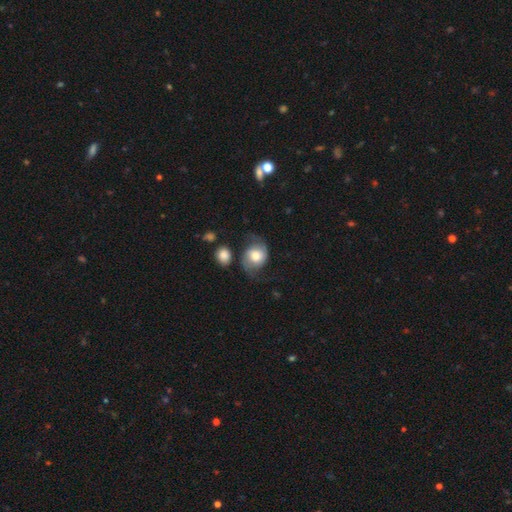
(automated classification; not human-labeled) Overall: featured or disk (53%; smooth 40%). Edge-on disk: no (96%). Bar: no (64%; weak 29%). Spiral arms: yes (84%). Bulge size: moderate (50%; large 31%). Merging: none (55%; minor disturbance 24%).